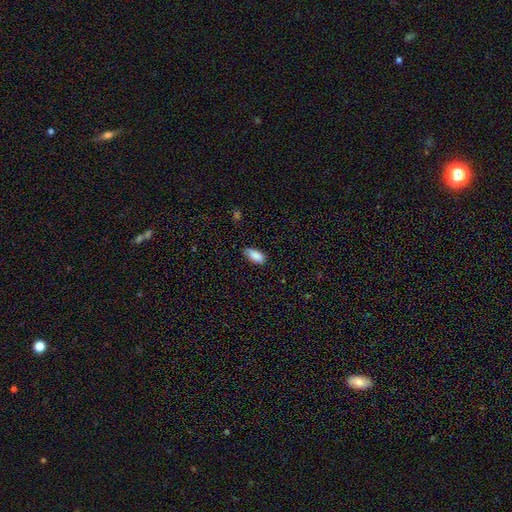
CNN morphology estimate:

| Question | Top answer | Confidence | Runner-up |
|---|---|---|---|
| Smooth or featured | smooth | 88% | star or artifact (7%) |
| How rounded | in between | 91% | cigar-shaped (7%) |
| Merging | none | 77% | minor disturbance (19%) |